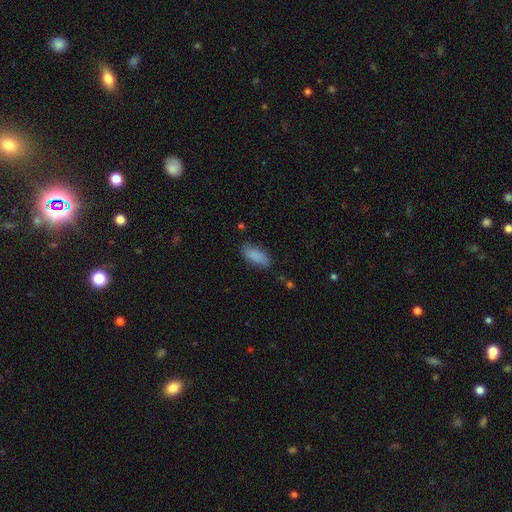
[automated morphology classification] Overall: smooth (88%). How rounded: in between (81%). Merging: none (80%).